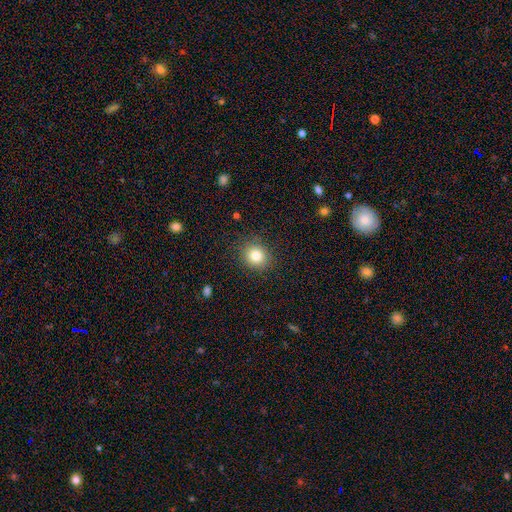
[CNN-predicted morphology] The model was most divided on "how rounded": round: 80%, in between: 19%, cigar-shaped: 1%. More confident: merging — none (87%); smooth or featured — smooth (82%).